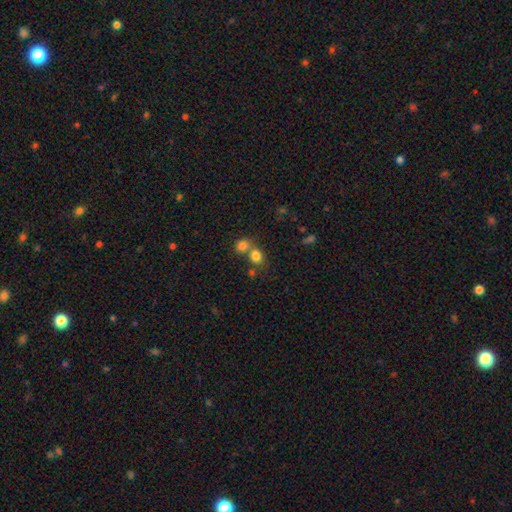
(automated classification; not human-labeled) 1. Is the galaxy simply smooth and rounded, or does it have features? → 79% smooth, 13% star or artifact, 8% featured or disk.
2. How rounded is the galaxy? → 71% round, 28% in between, 1% cigar-shaped.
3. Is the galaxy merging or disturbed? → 46% none, 44% merger, 7% minor disturbance, 3% major disturbance.